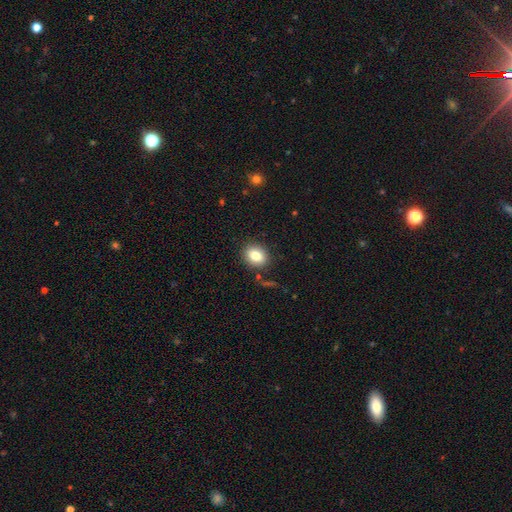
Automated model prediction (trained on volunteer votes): The model was most divided on "how rounded": round: 50%, in between: 49%, cigar-shaped: 1%. More confident: merging — none (86%); smooth or featured — smooth (83%).